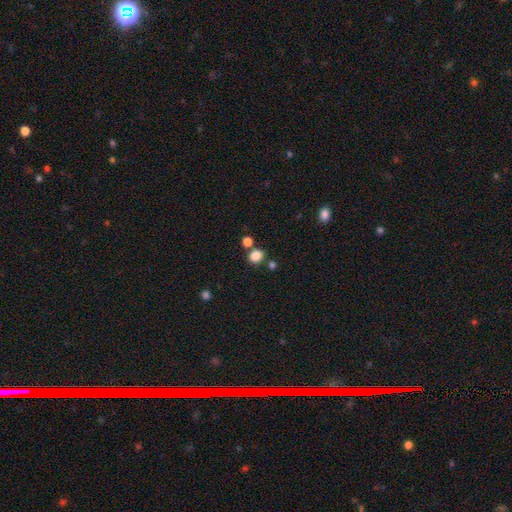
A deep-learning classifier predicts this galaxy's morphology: Overall: smooth (84%). How rounded: round (72%). Merging: none (73%).